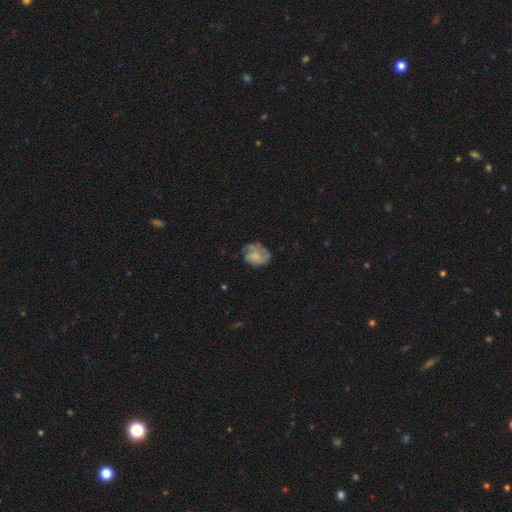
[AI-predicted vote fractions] Smooth or featured? smooth (46%)
Merging? none (53%)